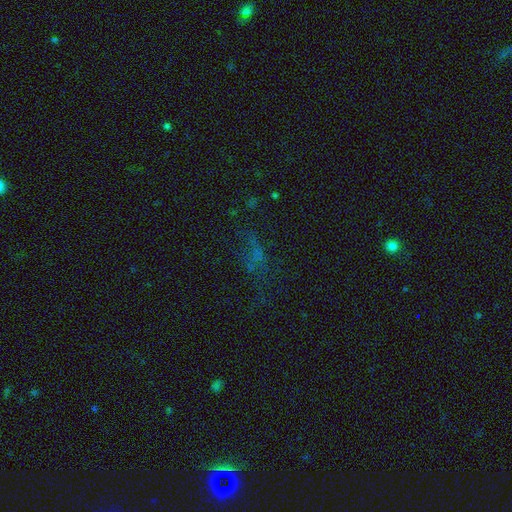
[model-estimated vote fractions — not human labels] Q: Smooth or featured?
A: star or artifact (44%); runner-up: smooth (32%)